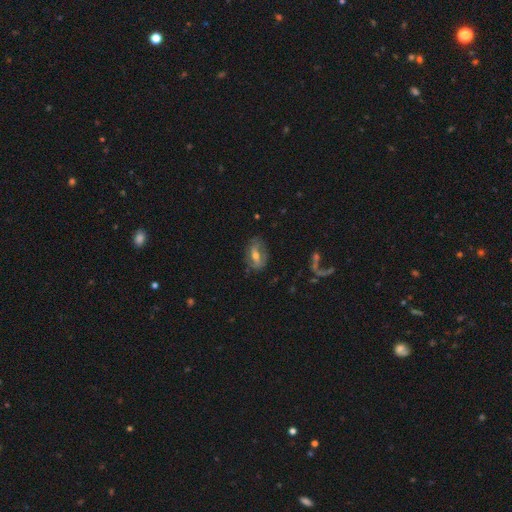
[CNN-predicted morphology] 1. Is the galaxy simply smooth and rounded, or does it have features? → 60% featured or disk, 31% smooth, 8% star or artifact.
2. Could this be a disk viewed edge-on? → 87% no, 13% yes.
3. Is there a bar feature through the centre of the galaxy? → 42% strong, 36% weak, 22% no.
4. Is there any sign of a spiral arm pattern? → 57% yes, 43% no.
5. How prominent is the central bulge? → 66% moderate, 26% small, 5% large, 2% none, 1% dominant.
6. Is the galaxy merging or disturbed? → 68% none, 20% minor disturbance, 10% major disturbance, 2% merger.